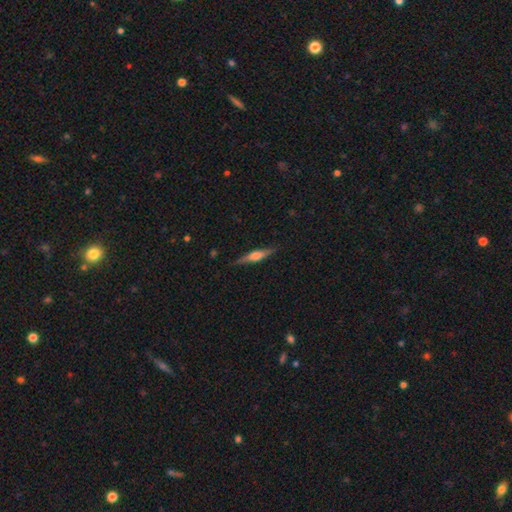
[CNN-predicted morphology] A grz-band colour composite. It shows a featured or disk galaxy (65%) viewed edge-on (97%) with a rounded central bulge (76%). Merging: none (87%).